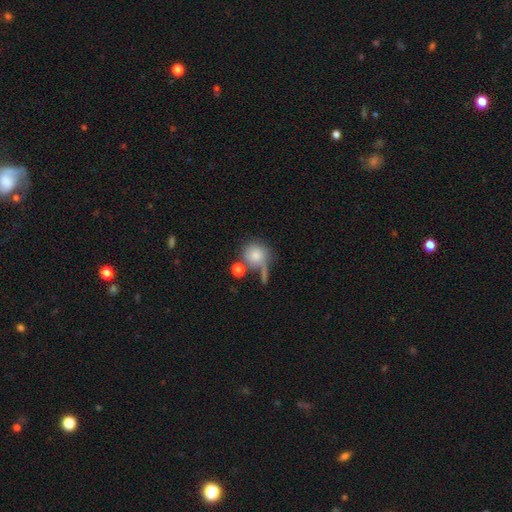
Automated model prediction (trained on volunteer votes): The model was most divided on "merging": none: 45%, merger: 24%, minor disturbance: 16%, major disturbance: 15%. More confident: how rounded — round (86%); smooth or featured — smooth (76%).